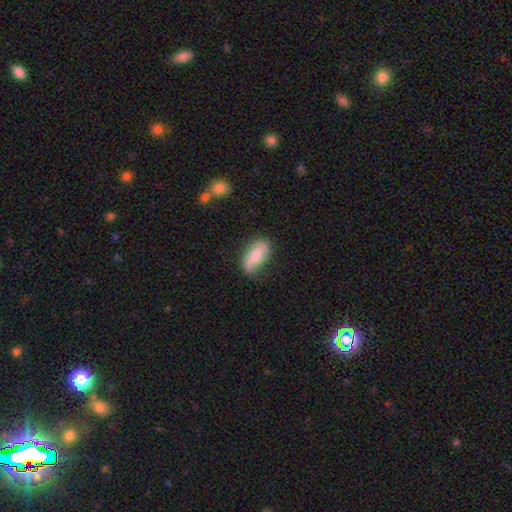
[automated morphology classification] This appears to be a smooth galaxy with no disk features (62%) that is in between round and cigar-shaped (83%). Merging: none (73%).